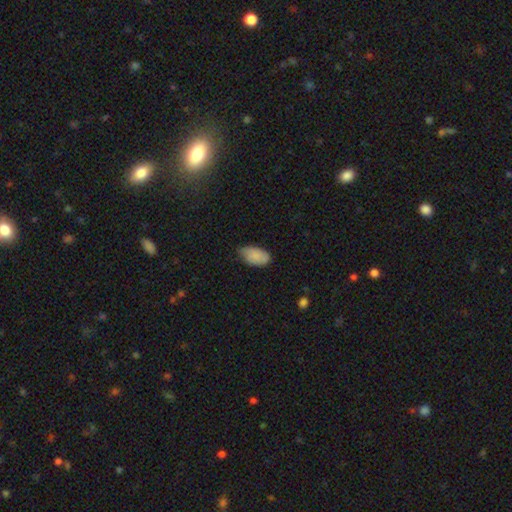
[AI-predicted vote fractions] A smooth galaxy with no disk features (86%) that is in between round and cigar-shaped (94%).

Vote fractions:
- Smooth or featured? smooth: 86% / featured or disk: 8% / star or artifact: 7%
- How rounded? in between: 94% / round: 4% / cigar-shaped: 2%
- Merging? none: 51% / minor disturbance: 42% / major disturbance: 6% / merger: 1%